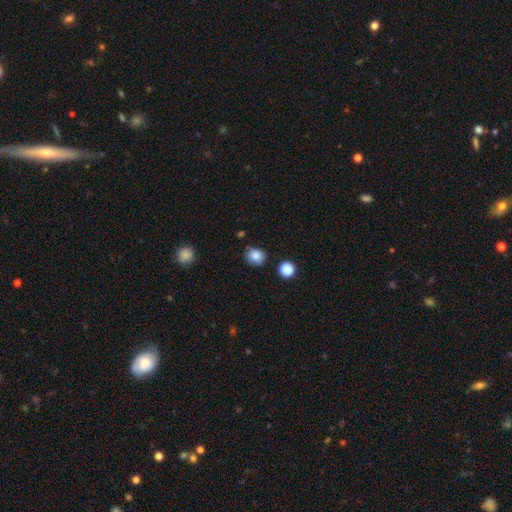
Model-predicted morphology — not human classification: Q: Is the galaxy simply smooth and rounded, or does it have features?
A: smooth — 85%.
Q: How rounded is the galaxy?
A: round — 70%.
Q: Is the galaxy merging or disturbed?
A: none — 74%.